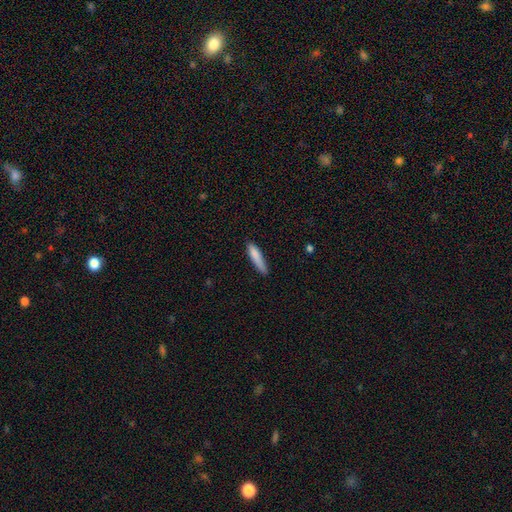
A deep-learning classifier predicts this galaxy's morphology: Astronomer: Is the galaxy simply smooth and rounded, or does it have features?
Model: smooth — 82%.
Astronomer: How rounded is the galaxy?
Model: cigar-shaped — 84%.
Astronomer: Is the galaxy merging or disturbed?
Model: none — 69%.